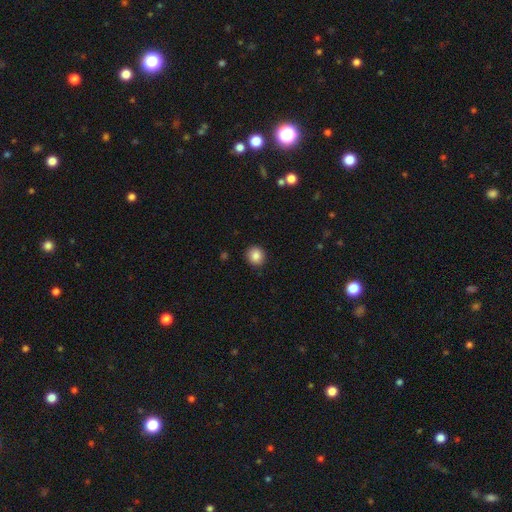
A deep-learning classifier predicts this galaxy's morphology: Overall: smooth (87%). How rounded: round (87%). Merging: none (90%).